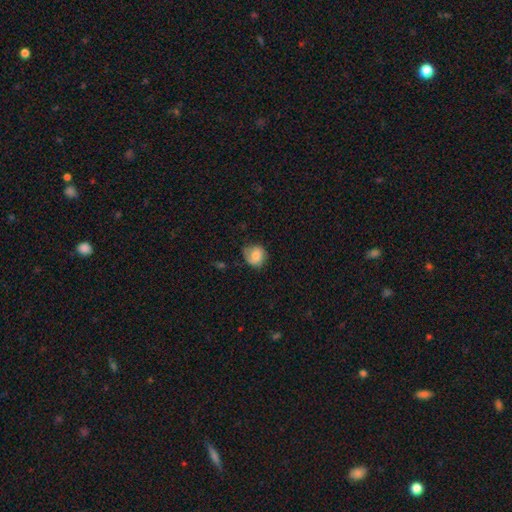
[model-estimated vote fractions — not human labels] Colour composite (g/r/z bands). It shows a smooth galaxy with no disk features (68%) that is round (78%). Merging: none (64%).